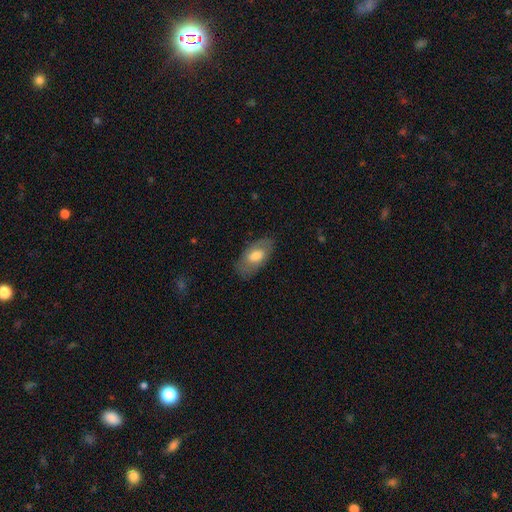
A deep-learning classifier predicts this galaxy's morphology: This is likely a smooth galaxy (63%). How rounded: clearly in between (93%). Merging: likely none (79%).